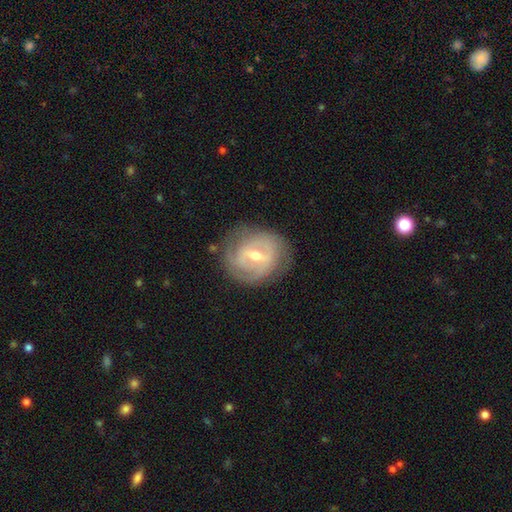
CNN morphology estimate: Q: Smooth or featured?
A: featured or disk (79%); runner-up: smooth (15%)
Q: Edge-on disk?
A: no (95%); runner-up: yes (5%)
Q: Bar?
A: weak (46%); runner-up: strong (41%)
Q: Spiral arms?
A: yes (78%); runner-up: no (22%)
Q: Spiral winding?
A: tight (63%); runner-up: medium (28%)
Q: Spiral arm count?
A: 2 (47%); runner-up: can't tell (32%)
Q: Bulge size?
A: moderate (59%); runner-up: small (37%)
Q: Merging?
A: none (76%); runner-up: minor disturbance (16%)